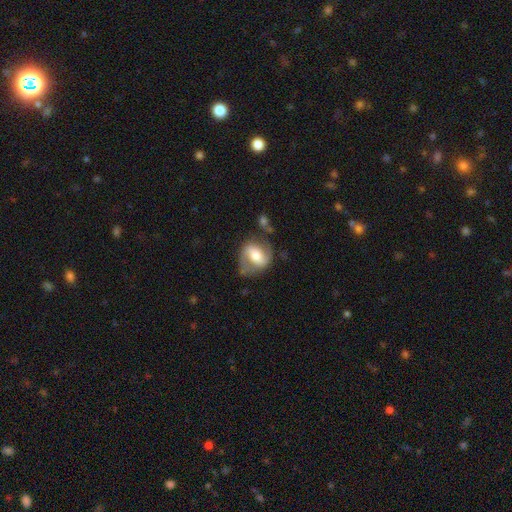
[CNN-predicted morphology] A featured or disk galaxy (63%) with a weak bar (38%), spiral arms (79%) and a moderate central bulge (63%). Merging: none (62%).